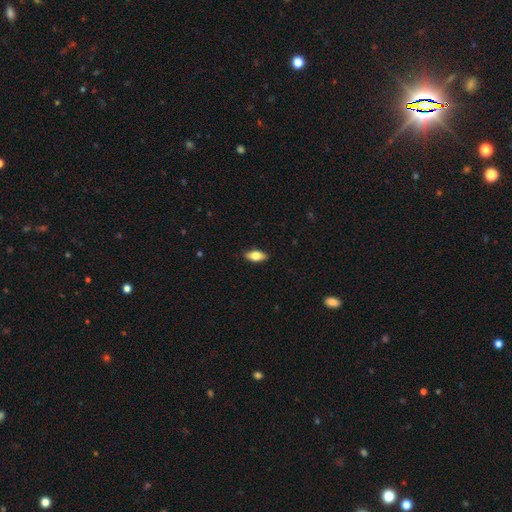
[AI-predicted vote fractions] Smooth or featured? smooth (73%)
How rounded? in between (85%)
Merging? none (89%)